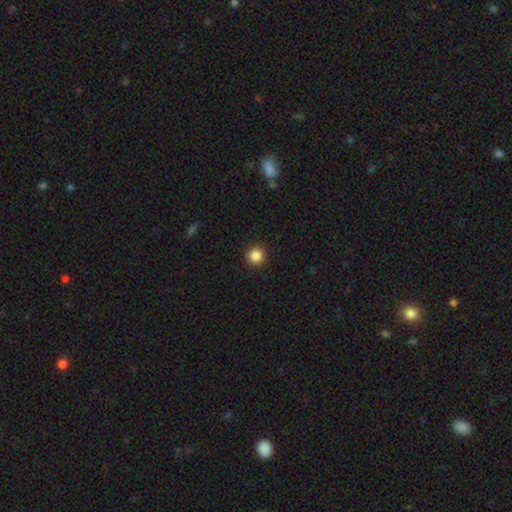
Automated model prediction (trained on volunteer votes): Smooth or featured? smooth (85%)
How rounded? round (95%)
Merging? none (92%)